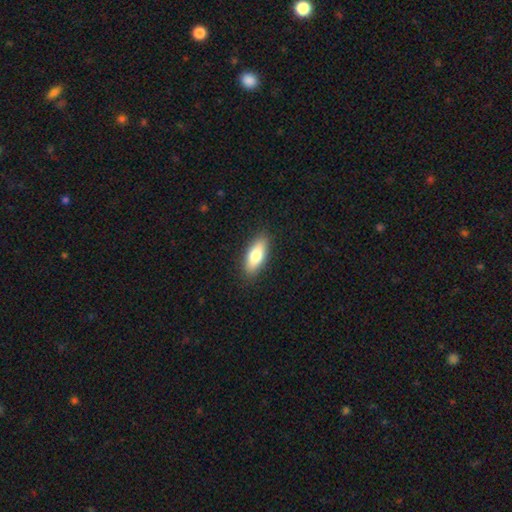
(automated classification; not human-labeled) smooth_or_featured: smooth (p=0.76) [alt: featured or disk p=0.17]
how_rounded: in between (p=0.71) [alt: cigar-shaped p=0.26]
merging: none (p=0.88) [alt: minor disturbance p=0.09]